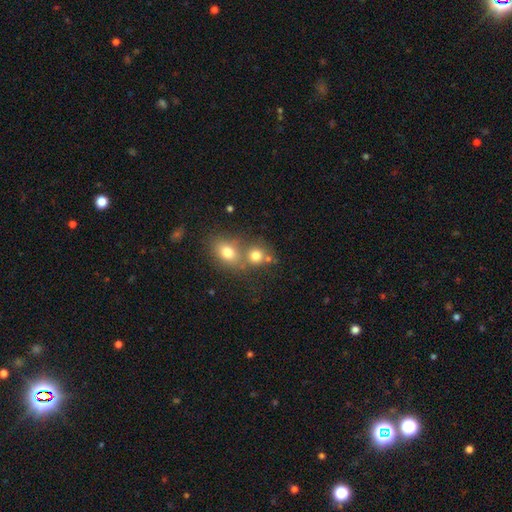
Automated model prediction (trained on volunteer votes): Morphology: type=smooth (75%); roundness=round (72%); merging=merger (48%).